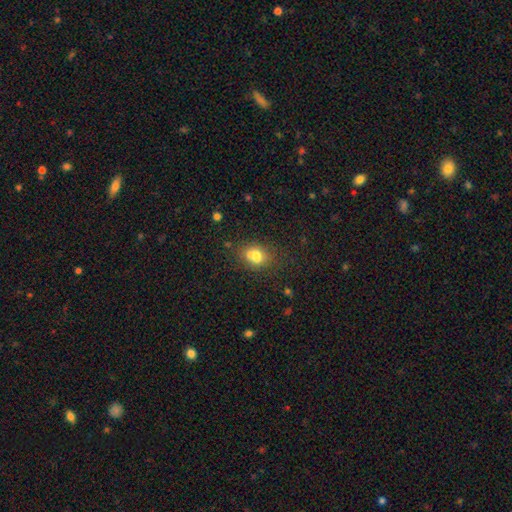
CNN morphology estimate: Smooth or featured? Predicted: smooth (p=0.73). How rounded? Predicted: in between (p=0.57). Merging? Predicted: none (p=0.49).